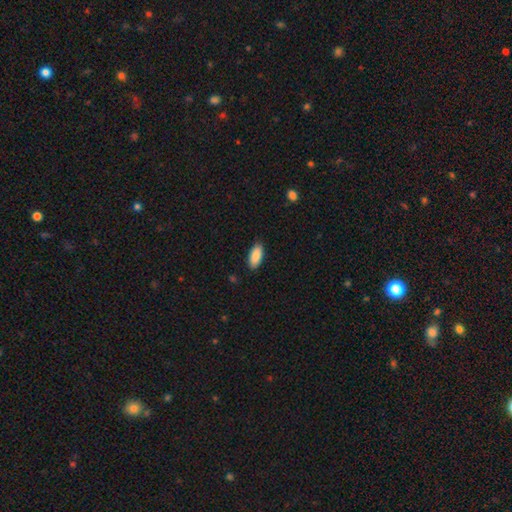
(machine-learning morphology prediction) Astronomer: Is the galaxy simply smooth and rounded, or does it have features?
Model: smooth — 90%.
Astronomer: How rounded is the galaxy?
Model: in between — 90%.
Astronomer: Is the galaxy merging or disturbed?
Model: none — 87%.